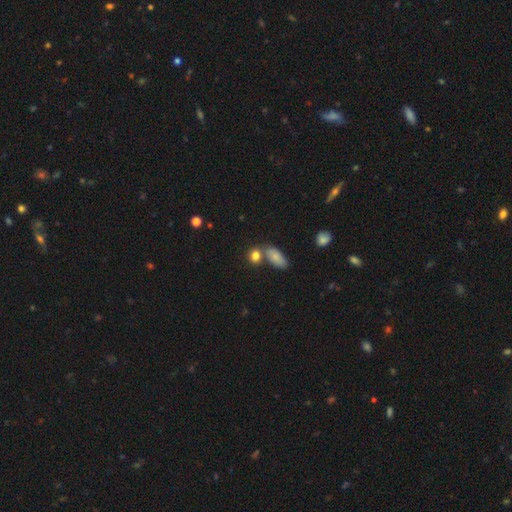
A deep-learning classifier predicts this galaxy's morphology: The model was most divided on "how rounded": round: 49%, in between: 46%, cigar-shaped: 4%. More confident: smooth or featured — smooth (82%); merging — none (58%).